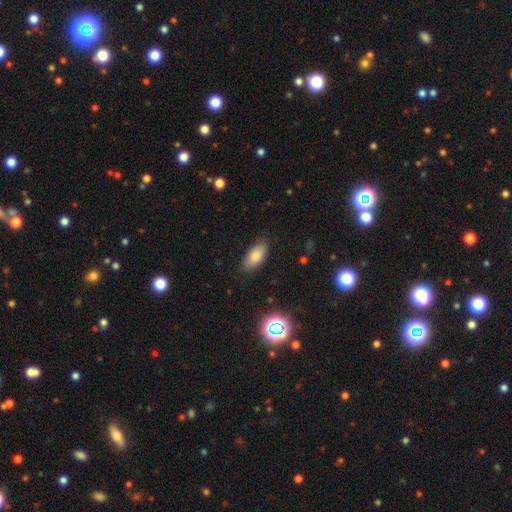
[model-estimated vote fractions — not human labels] A smooth galaxy with no disk features (82%) that is in between round and cigar-shaped (86%). Merging: none (83%).